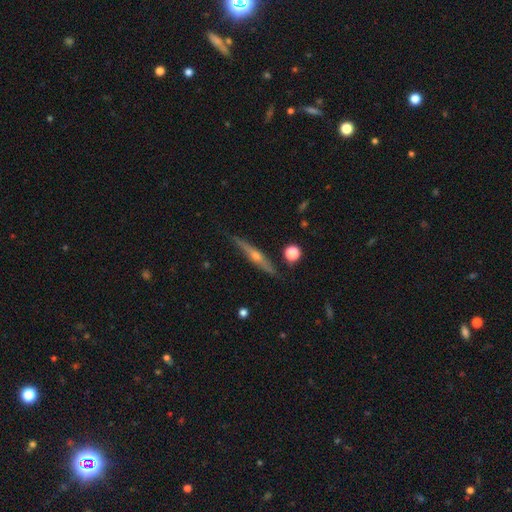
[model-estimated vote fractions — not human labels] smooth_or_featured: featured or disk (p=0.77) [alt: smooth p=0.17]
disk_edge_on: yes (p=0.97) [alt: no p=0.03]
edge_on_bulge: rounded (p=0.91) [alt: none p=0.06]
merging: none (p=0.87) [alt: minor disturbance p=0.09]